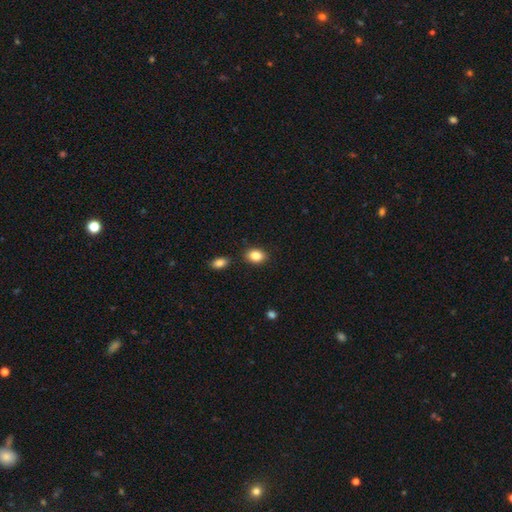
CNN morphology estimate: Smooth or featured?
  - smooth: 86% *
  - star or artifact: 8%
  - featured or disk: 6%
How rounded?
  - in between: 73% *
  - round: 26%
  - cigar-shaped: 1%
Merging?
  - none: 84% *
  - minor disturbance: 9%
  - merger: 4%
  - major disturbance: 2%